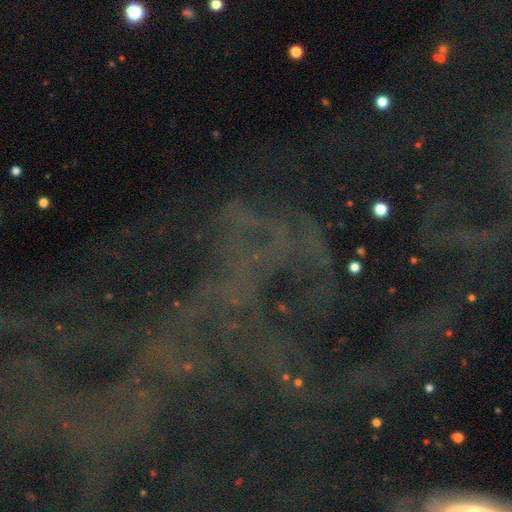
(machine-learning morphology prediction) Q: Smooth or featured?
A: star or artifact (70%); runner-up: featured or disk (19%)